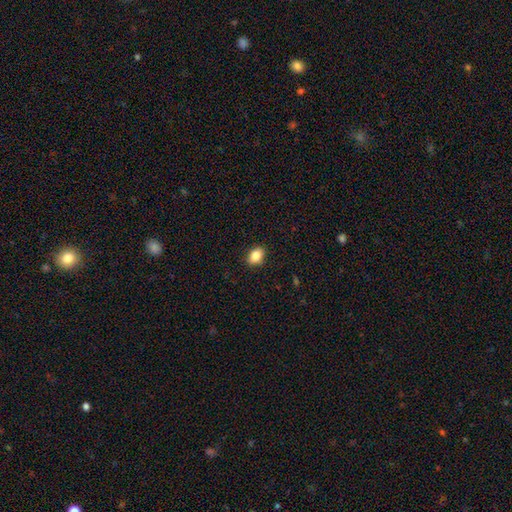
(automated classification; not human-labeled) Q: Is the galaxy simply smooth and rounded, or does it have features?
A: smooth — 85%.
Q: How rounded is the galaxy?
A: in between — 76%.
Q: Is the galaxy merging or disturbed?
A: none — 88%.